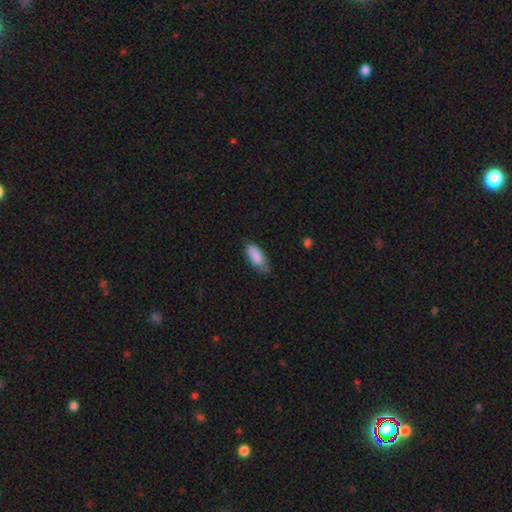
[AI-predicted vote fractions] smooth_or_featured: smooth (p=0.87) [alt: star or artifact p=0.06]
how_rounded: in between (p=0.81) [alt: cigar-shaped p=0.17]
merging: none (p=0.62) [alt: minor disturbance p=0.30]